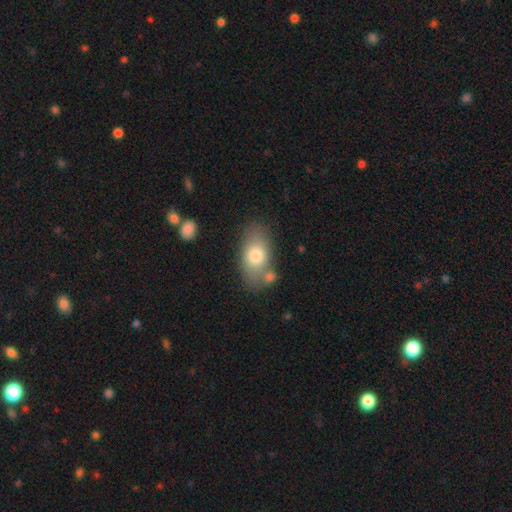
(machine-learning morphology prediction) Smooth or featured? Predicted: smooth (p=0.75). How rounded? Predicted: in between (p=0.90). Merging? Predicted: none (p=0.65).